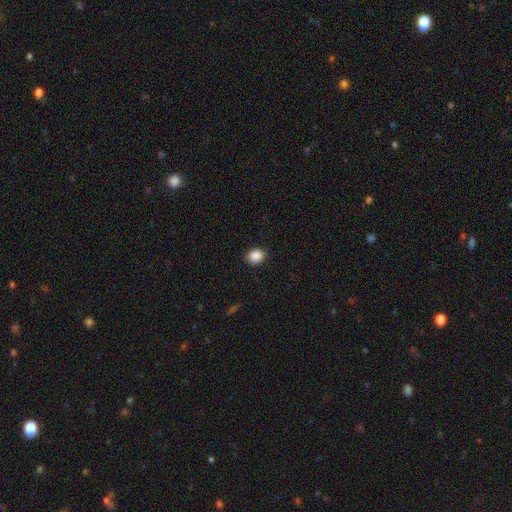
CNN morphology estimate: Overall: smooth (88%). How rounded: round (56%; in between 43%). Merging: none (89%).